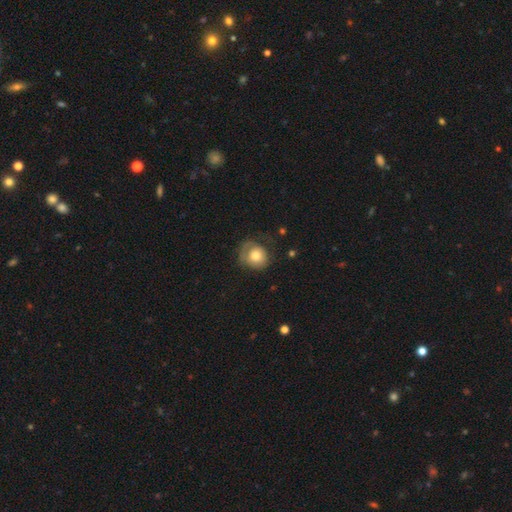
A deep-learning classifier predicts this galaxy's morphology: This appears to be a smooth galaxy with no disk features (67%) that is round (72%). Merging: none (56%).